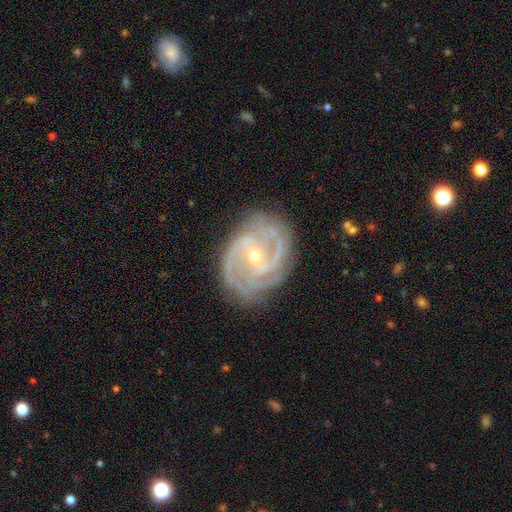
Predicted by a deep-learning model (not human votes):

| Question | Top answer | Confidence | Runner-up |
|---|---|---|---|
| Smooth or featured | featured or disk | 91% | star or artifact (5%) |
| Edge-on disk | no | 97% | yes (3%) |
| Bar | no | 40% | tied: weak (40%) |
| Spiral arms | yes | 98% | no (2%) |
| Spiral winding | tight | 57% | medium (36%) |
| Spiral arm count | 2 | 33% | 3 (30%) |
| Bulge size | small | 63% | moderate (34%) |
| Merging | none | 79% | minor disturbance (15%) |